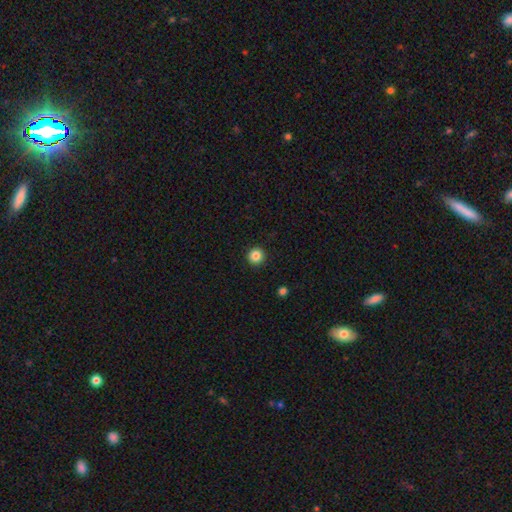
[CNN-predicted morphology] Smooth or featured? smooth (85%)
How rounded? round (96%)
Merging? none (93%)